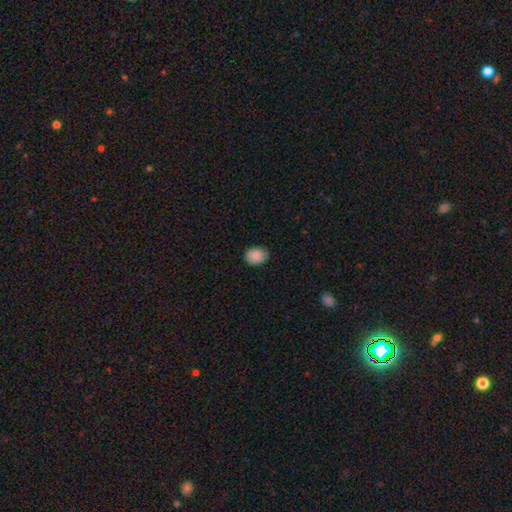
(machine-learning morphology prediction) This is clearly a smooth galaxy (88%). How rounded: possibly in between (50%). Merging: clearly none (84%).